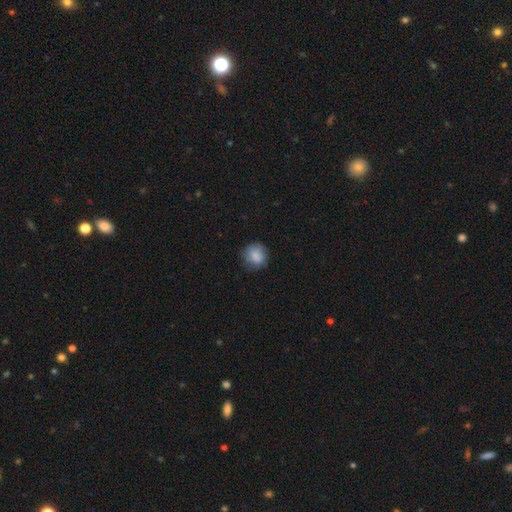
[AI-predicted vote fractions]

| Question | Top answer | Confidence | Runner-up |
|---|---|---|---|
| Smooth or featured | smooth | 83% | featured or disk (9%) |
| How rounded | round | 81% | in between (18%) |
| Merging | none | 73% | minor disturbance (20%) |